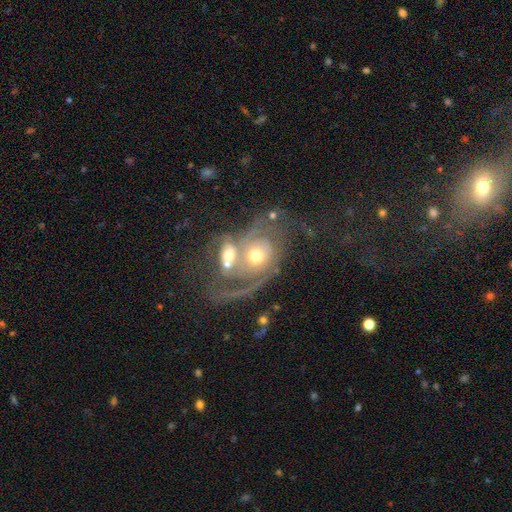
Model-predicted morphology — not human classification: Q: Smooth or featured?
A: featured or disk (75%); runner-up: smooth (16%)
Q: Edge-on disk?
A: no (97%); runner-up: yes (3%)
Q: Bar?
A: no (75%); runner-up: weak (19%)
Q: Spiral arms?
A: yes (87%); runner-up: no (13%)
Q: Spiral winding?
A: medium (39%); runner-up: loose (35%)
Q: Spiral arm count?
A: 2 (59%); runner-up: 1 (17%)
Q: Bulge size?
A: moderate (61%); runner-up: small (26%)
Q: Merging?
A: merger (67%); runner-up: major disturbance (14%)